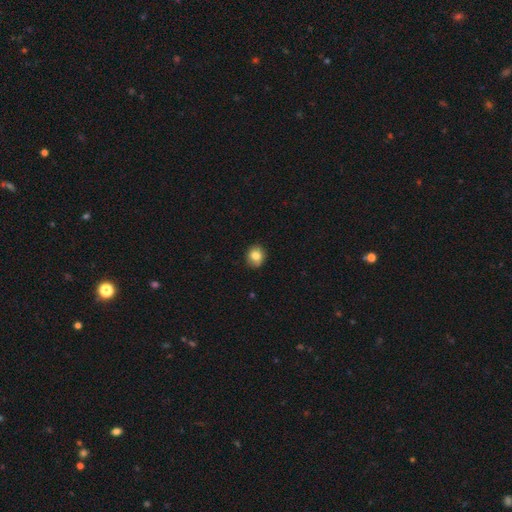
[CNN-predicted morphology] Smooth or featured: smooth — 81% (featured or disk — 10%)
How rounded: round — 71% (in between — 29%)
Merging: none — 79% (minor disturbance — 17%)